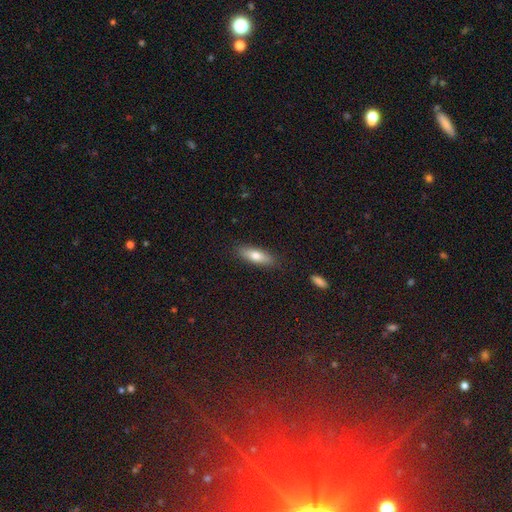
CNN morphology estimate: A smooth galaxy with no disk features (73%) that is in between round and cigar-shaped (54%). Merging: none (86%).